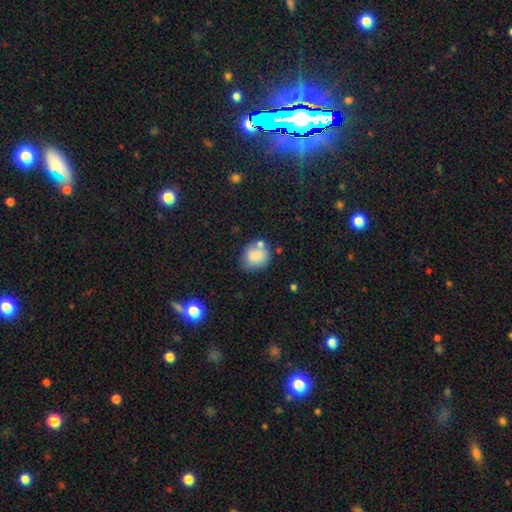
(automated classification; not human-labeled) Smooth or featured? smooth (81%)
How rounded? round (70%)
Merging? none (58%)